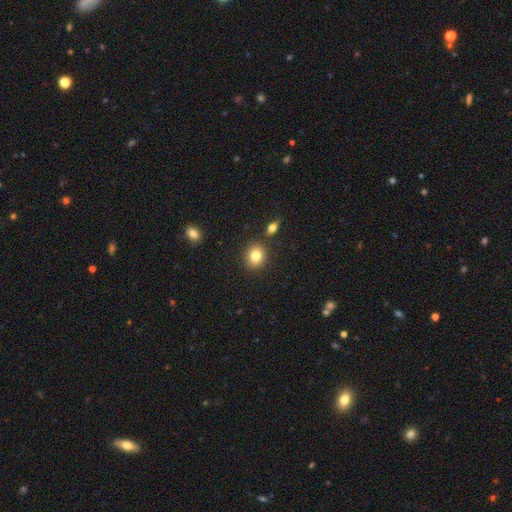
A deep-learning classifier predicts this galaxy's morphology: Q: Smooth or featured?
A: smooth (82%); runner-up: star or artifact (10%)
Q: How rounded?
A: round (71%); runner-up: in between (28%)
Q: Merging?
A: none (86%); runner-up: minor disturbance (7%)